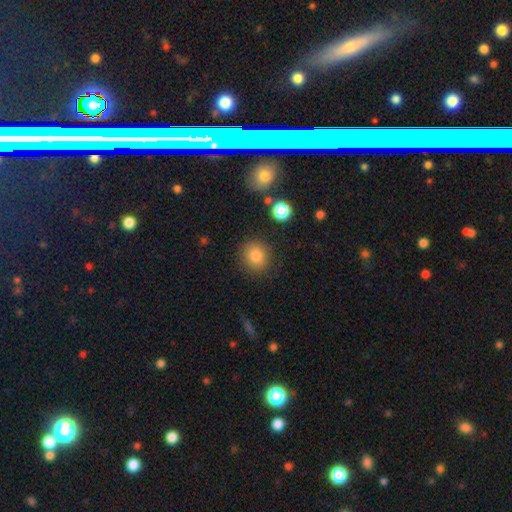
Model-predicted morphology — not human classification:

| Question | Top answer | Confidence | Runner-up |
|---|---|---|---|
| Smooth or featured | smooth | 82% | star or artifact (11%) |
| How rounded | round | 81% | in between (18%) |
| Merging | none | 85% | minor disturbance (9%) |